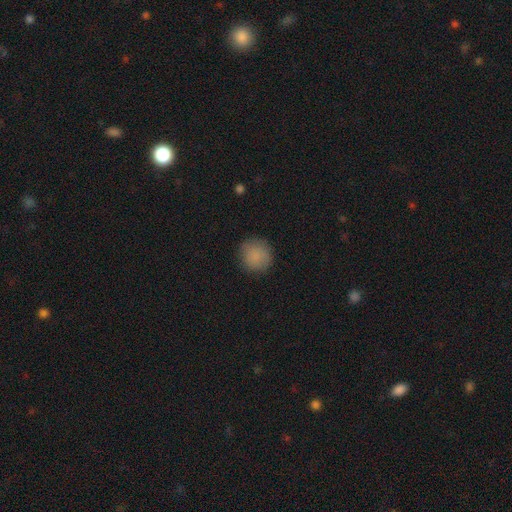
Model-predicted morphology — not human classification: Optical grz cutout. It shows a smooth galaxy with no disk features (86%) that is round (92%). Merging: none (85%).